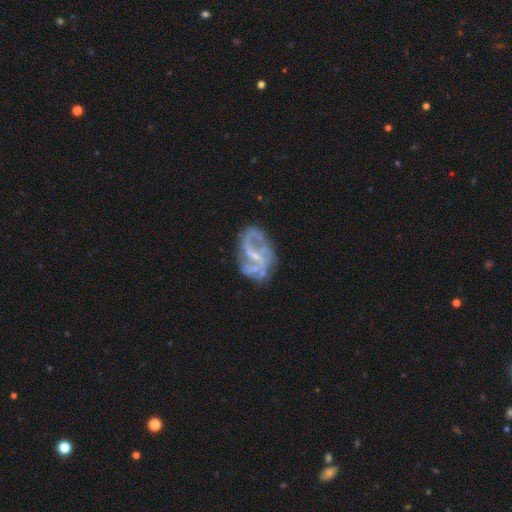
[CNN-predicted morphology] Smooth or featured? Predicted: featured or disk (p=0.84). Edge-on disk? Predicted: no (p=0.98). Bar? Predicted: weak (p=0.51). Spiral arms? Predicted: yes (p=0.86). Spiral winding? Predicted: loose (p=0.42). Spiral arm count? Predicted: 2 (p=0.53). Bulge size? Predicted: small (p=0.61). Merging? Predicted: none (p=0.53).